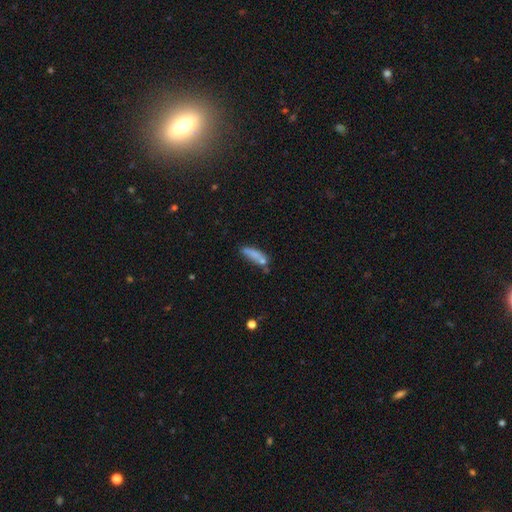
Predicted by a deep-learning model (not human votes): smooth-or-featured: smooth: 72% | featured or disk: 18% | star or artifact: 10%
  how-rounded: cigar-shaped: 57% | in between: 40% | round: 3%
  merging: none: 48% | minor disturbance: 23% | merger: 19% | major disturbance: 10%